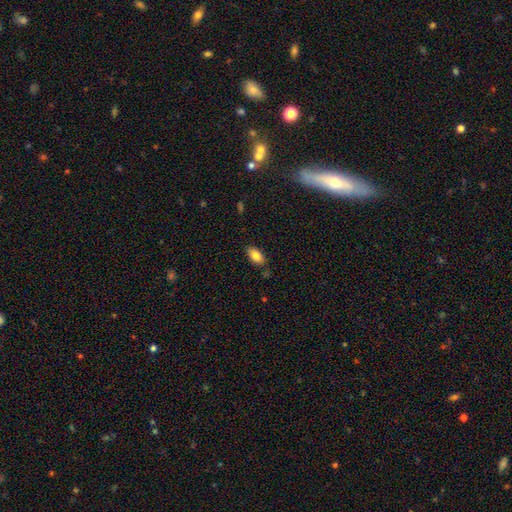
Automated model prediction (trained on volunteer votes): A smooth galaxy with no disk features (82%) that is in between round and cigar-shaped (91%). Merging: none (83%).